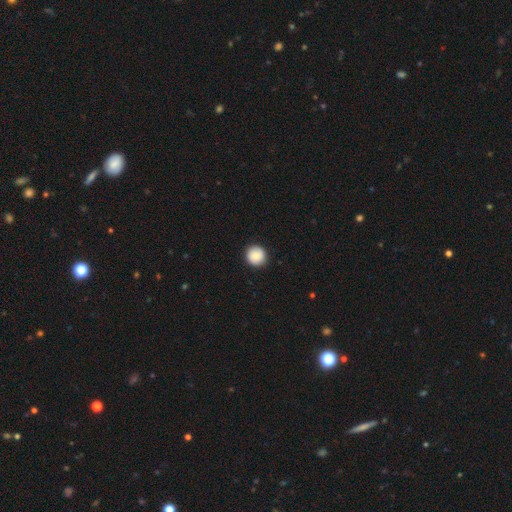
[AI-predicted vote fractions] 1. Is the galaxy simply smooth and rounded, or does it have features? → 84% smooth, 8% featured or disk, 8% star or artifact.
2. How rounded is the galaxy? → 95% round, 4% in between, 1% cigar-shaped.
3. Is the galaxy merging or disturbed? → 92% none, 6% minor disturbance, 2% major disturbance, 1% merger.